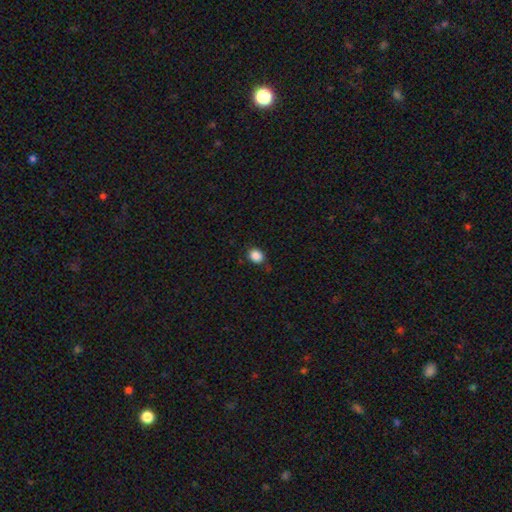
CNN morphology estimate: Smooth or featured? Predicted: smooth (p=0.87). How rounded? Predicted: round (p=0.56). Merging? Predicted: none (p=0.79).